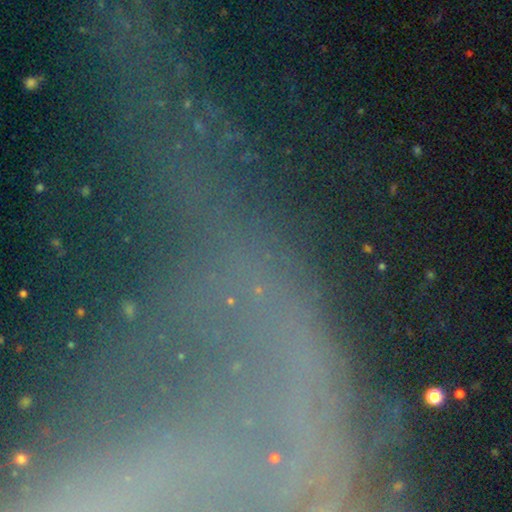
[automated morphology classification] This is possibly a star or artifact rather than a galaxy (58%).